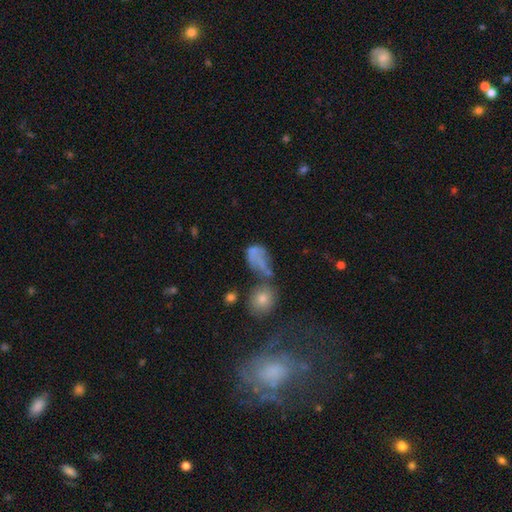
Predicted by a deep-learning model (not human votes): Overall: smooth (62%; featured or disk 23%). How rounded: in between (71%). Merging: merger (31%; major disturbance 29%).